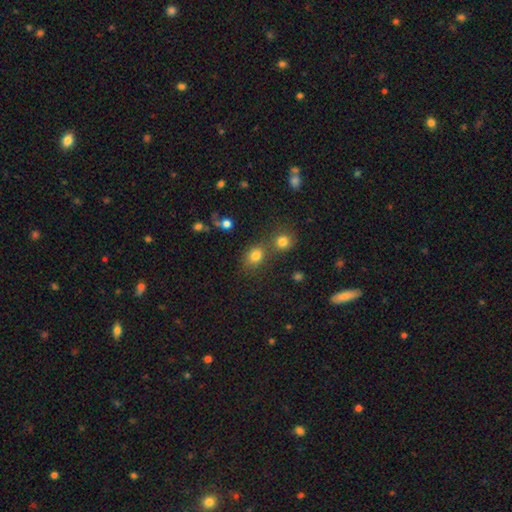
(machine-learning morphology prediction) Overall: smooth (79%). How rounded: round (52%; in between 47%). Merging: none (55%; merger 29%).